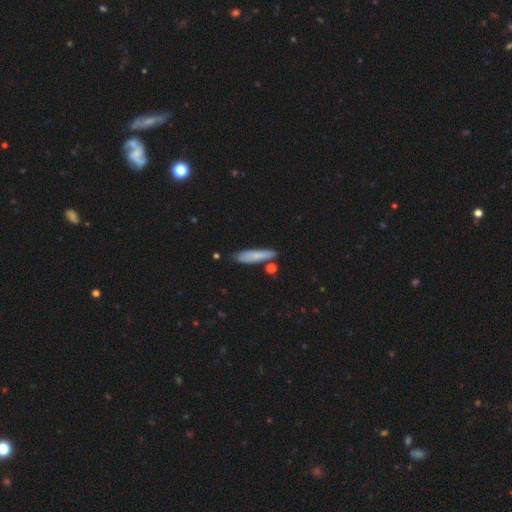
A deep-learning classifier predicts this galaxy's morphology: This appears to be a smooth galaxy with no disk features (76%) that is cigar-shaped (80%). Merging: none (74%).